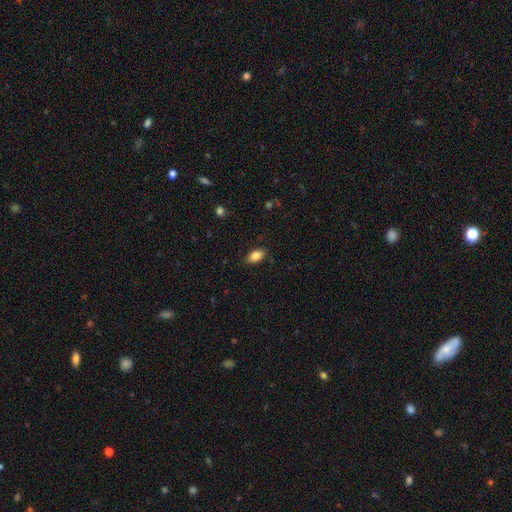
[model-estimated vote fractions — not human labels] Smooth or featured: smooth — 84% (featured or disk — 8%)
How rounded: in between — 91% (round — 5%)
Merging: none — 86% (minor disturbance — 11%)